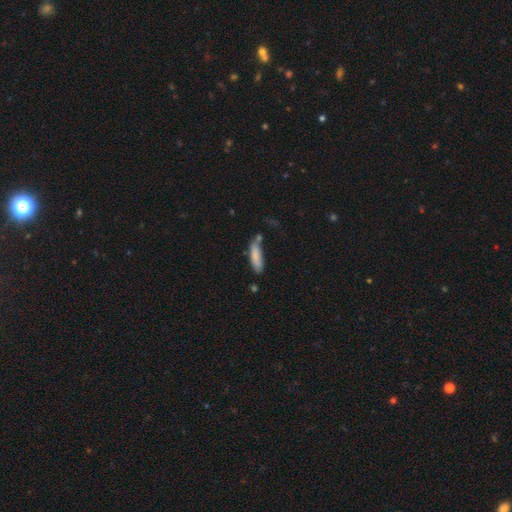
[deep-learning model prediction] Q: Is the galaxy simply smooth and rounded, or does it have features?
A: smooth — 82%.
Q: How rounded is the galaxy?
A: cigar-shaped — 61%.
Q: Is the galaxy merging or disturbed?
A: none — 54%.